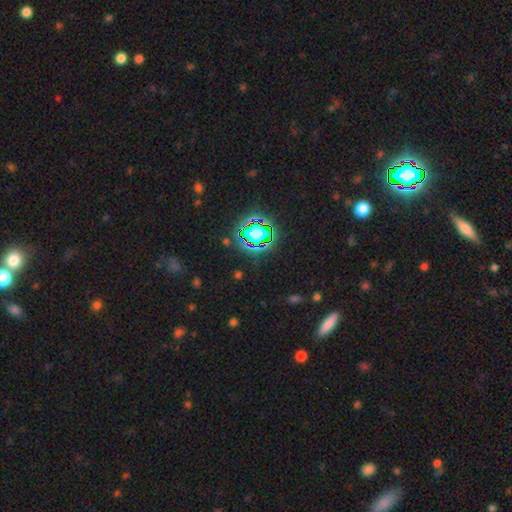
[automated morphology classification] The model was most divided on "smooth or featured": star or artifact: 74%, smooth: 17%, featured or disk: 9%.